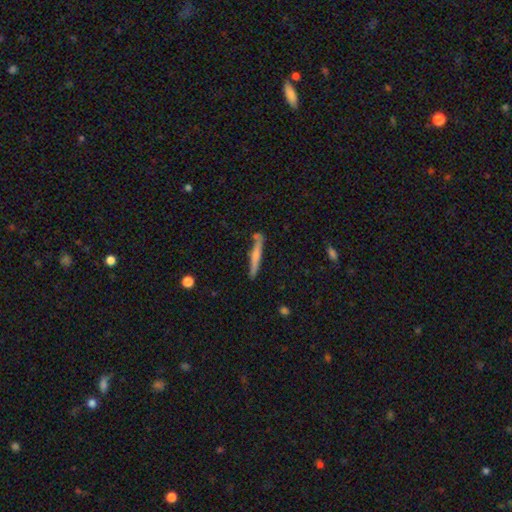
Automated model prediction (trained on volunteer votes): This is possibly a smooth galaxy (54%). How rounded: clearly cigar-shaped (95%). Merging: likely none (78%).